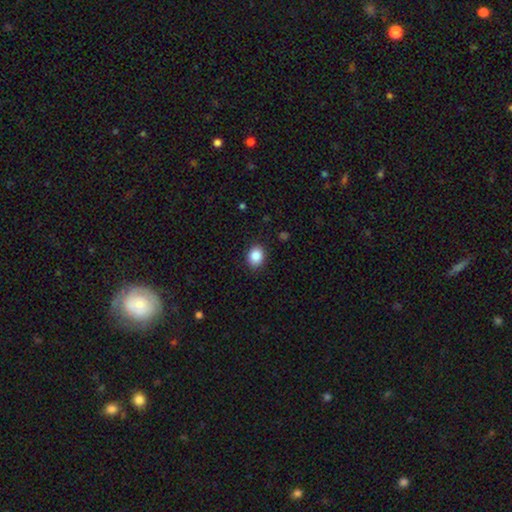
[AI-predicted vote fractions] smooth 87%, star or artifact 9%, featured or disk 4%. Down the decision tree: how rounded — round (54%); merging — none (88%).